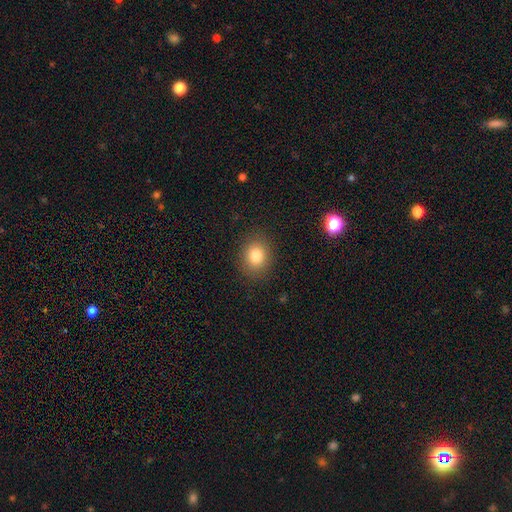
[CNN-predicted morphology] smooth-or-featured: smooth: 81% | star or artifact: 11% | featured or disk: 8%
  how-rounded: round: 66% | in between: 33% | cigar-shaped: 1%
  merging: none: 88% | minor disturbance: 8% | major disturbance: 3% | merger: 1%